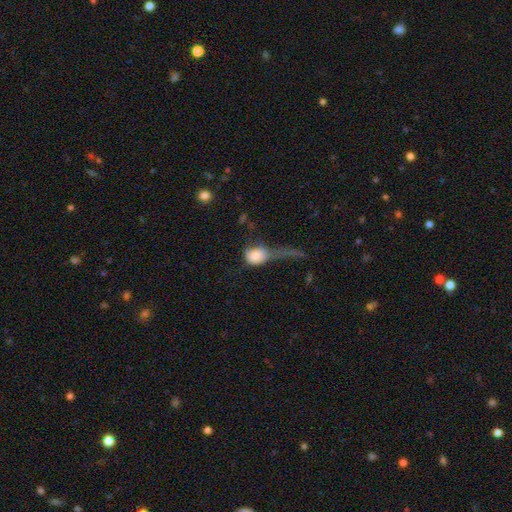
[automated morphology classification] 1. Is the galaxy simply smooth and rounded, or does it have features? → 75% smooth, 17% featured or disk, 9% star or artifact.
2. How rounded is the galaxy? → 51% round, 46% in between, 3% cigar-shaped.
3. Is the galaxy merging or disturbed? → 54% major disturbance, 17% minor disturbance, 16% none, 14% merger.